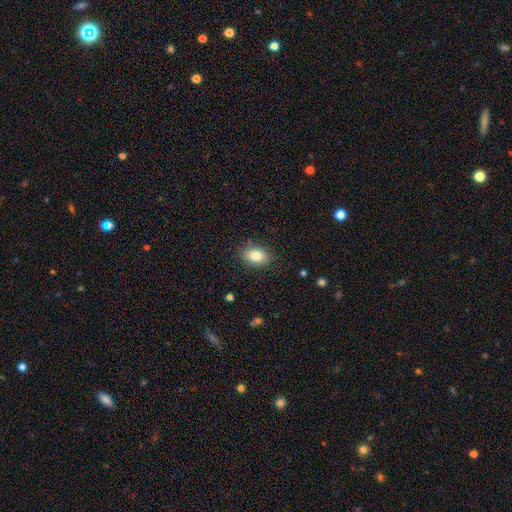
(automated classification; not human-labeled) smooth_or_featured: smooth (p=0.83) [alt: star or artifact p=0.09]
how_rounded: in between (p=0.82) [alt: round p=0.17]
merging: none (p=0.84) [alt: minor disturbance p=0.12]